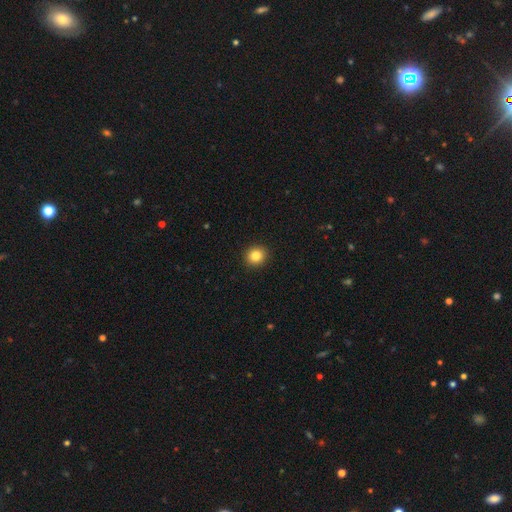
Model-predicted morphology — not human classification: Smooth or featured? Predicted: smooth (p=0.85). How rounded? Predicted: round (p=0.89). Merging? Predicted: none (p=0.93).